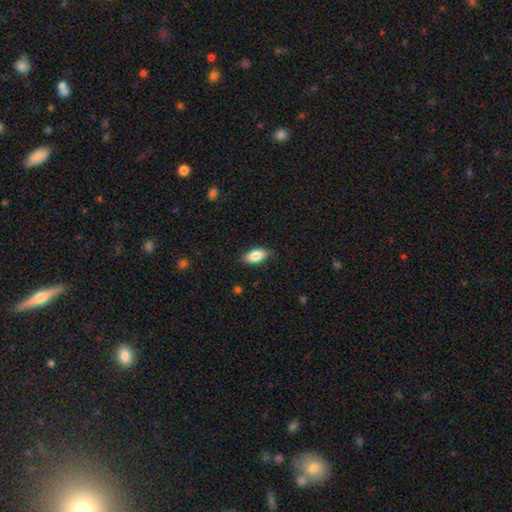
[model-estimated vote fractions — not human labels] smooth_or_featured: smooth (p=0.84) [alt: featured or disk p=0.09]
how_rounded: in between (p=0.90) [alt: cigar-shaped p=0.07]
merging: none (p=0.85) [alt: minor disturbance p=0.12]